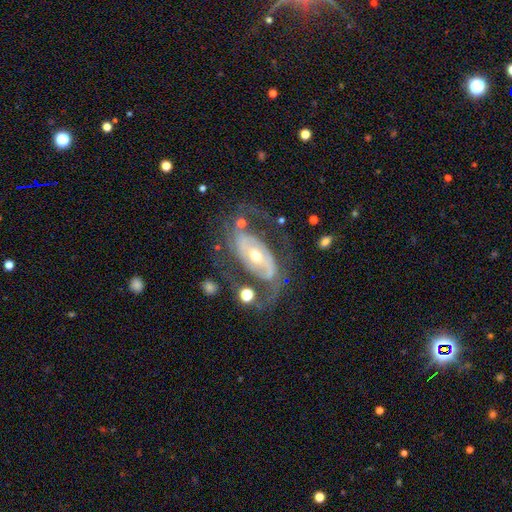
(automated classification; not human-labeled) Overall: featured or disk (84%). Edge-on disk: no (95%). Bar: no (46%; weak 28%). Spiral arms: yes (84%). Spiral arm count: 2 (80%). Spiral winding: medium (45%; loose 28%). Bulge size: moderate (56%; small 39%). Merging: none (59%; major disturbance 20%).